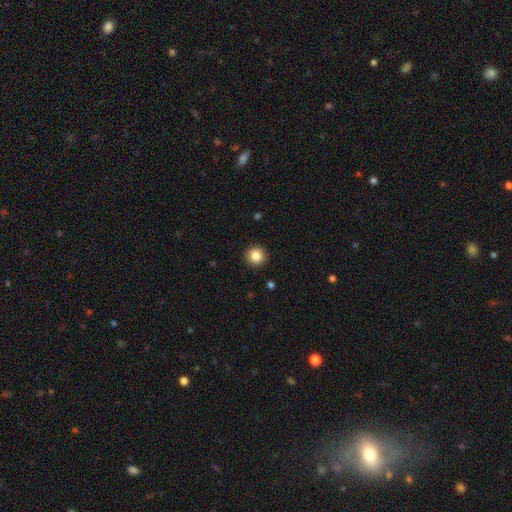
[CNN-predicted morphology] Q: Smooth or featured?
A: smooth (86%); runner-up: star or artifact (10%)
Q: How rounded?
A: round (94%); runner-up: in between (5%)
Q: Merging?
A: none (93%); runner-up: minor disturbance (5%)